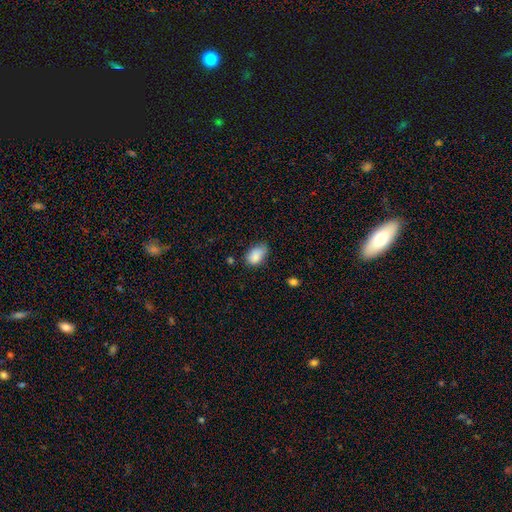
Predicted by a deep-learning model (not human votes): Overall: smooth (86%). How rounded: in between (88%). Merging: none (50%; minor disturbance 38%).